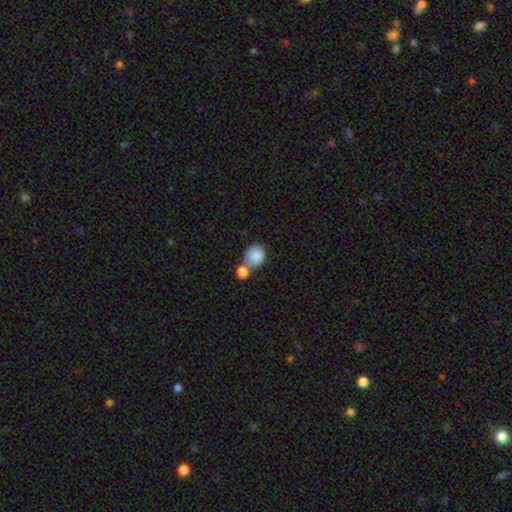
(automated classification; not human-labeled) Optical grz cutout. It shows a smooth galaxy with no disk features (86%) that is round (68%). Merging: merger (44%).